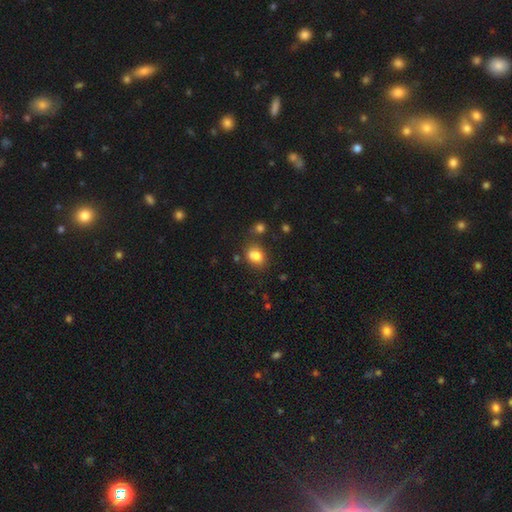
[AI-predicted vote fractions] This appears to be a smooth galaxy with no disk features (82%) that is in between round and cigar-shaped (63%). Merging: none (61%).